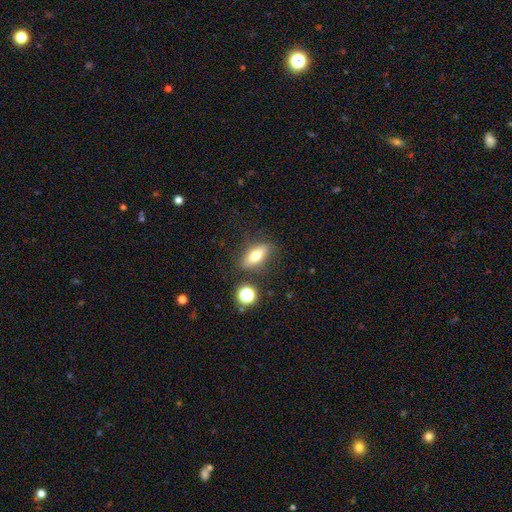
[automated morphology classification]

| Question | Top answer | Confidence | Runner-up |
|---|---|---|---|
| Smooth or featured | smooth | 67% | featured or disk (23%) |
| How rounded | in between | 70% | cigar-shaped (24%) |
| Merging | none | 81% | minor disturbance (12%) |